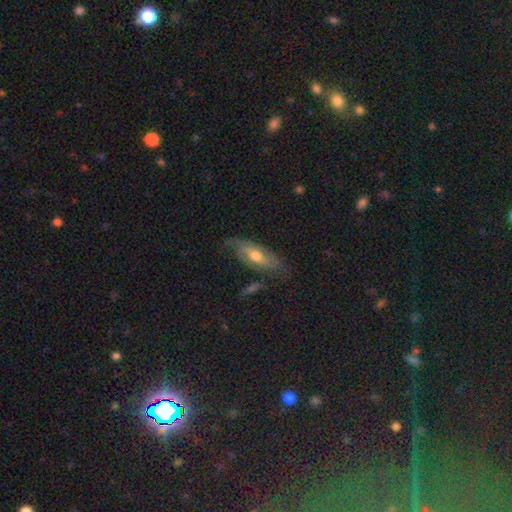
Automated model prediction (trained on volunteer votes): The model was most divided on "smooth or featured": featured or disk: 53%, smooth: 40%, star or artifact: 7%. More confident: edge-on disk — no (70%); merging — none (63%).